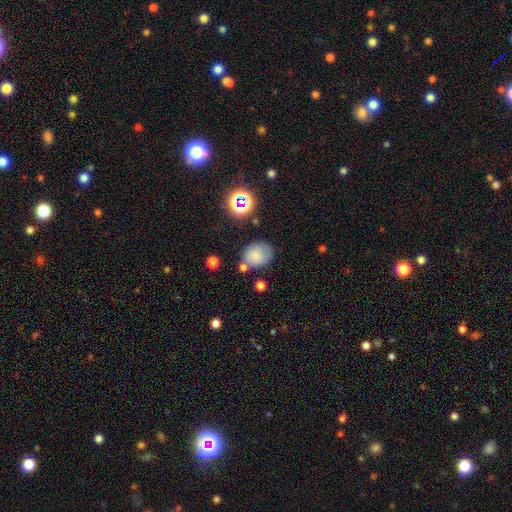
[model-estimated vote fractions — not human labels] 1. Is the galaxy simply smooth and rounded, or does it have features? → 74% smooth, 13% star or artifact, 13% featured or disk.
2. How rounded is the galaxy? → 58% round, 41% in between, 1% cigar-shaped.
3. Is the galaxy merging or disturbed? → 66% none, 18% minor disturbance, 10% merger, 6% major disturbance.